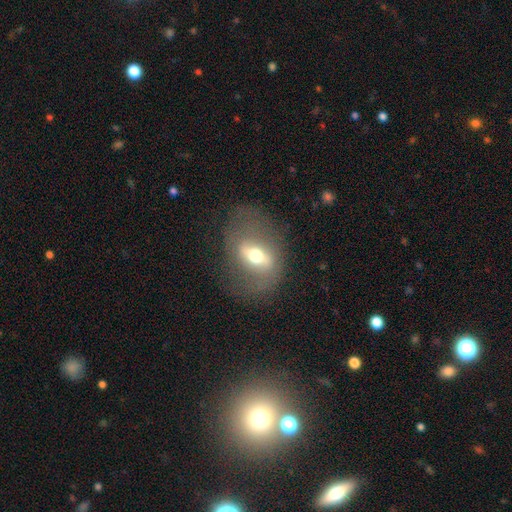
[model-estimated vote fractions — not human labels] Q: Smooth or featured?
A: featured or disk (61%); runner-up: smooth (31%)
Q: Edge-on disk?
A: no (82%); runner-up: yes (18%)
Q: Merging?
A: none (70%); runner-up: minor disturbance (16%)